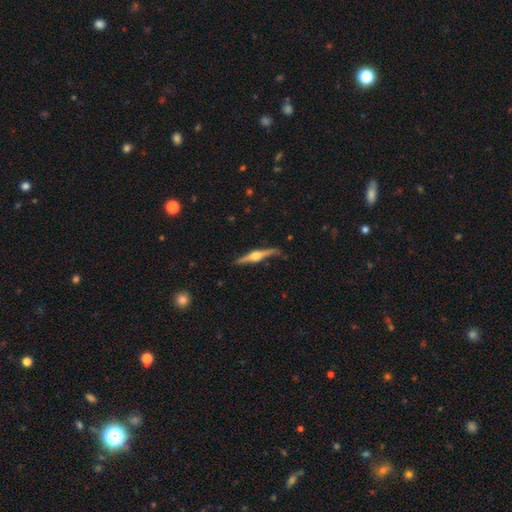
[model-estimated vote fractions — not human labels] A featured or disk galaxy (81%) viewed edge-on (98%) with a rounded central bulge (94%). Merging: none (85%).